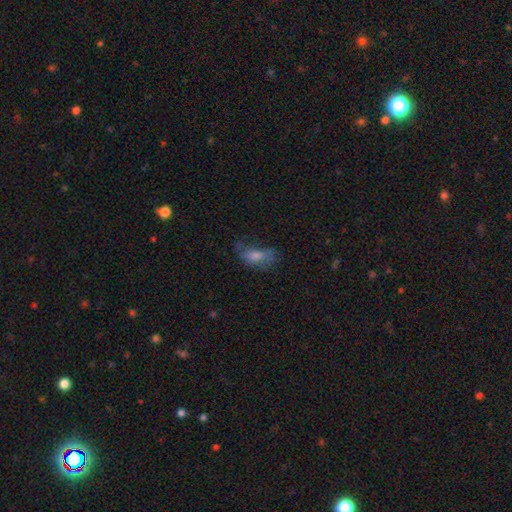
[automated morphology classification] The model was most divided on "merging": none: 40%, major disturbance: 30%, minor disturbance: 26%, merger: 3%. More confident: how rounded — in between (81%); smooth or featured — smooth (53%).